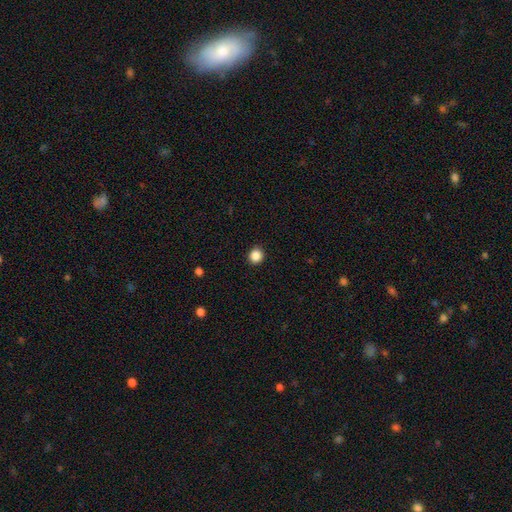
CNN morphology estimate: Smooth or featured: smooth — 87% (star or artifact — 11%)
How rounded: round — 90% (in between — 9%)
Merging: none — 92% (minor disturbance — 6%)